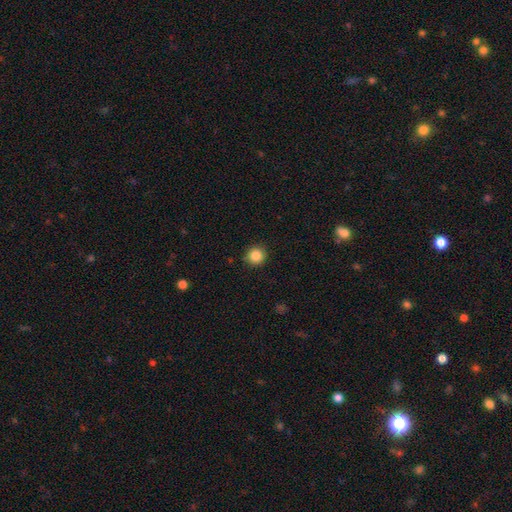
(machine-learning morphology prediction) smooth 86%, star or artifact 10%, featured or disk 4%. Down the decision tree: how rounded — round (93%); merging — none (89%).